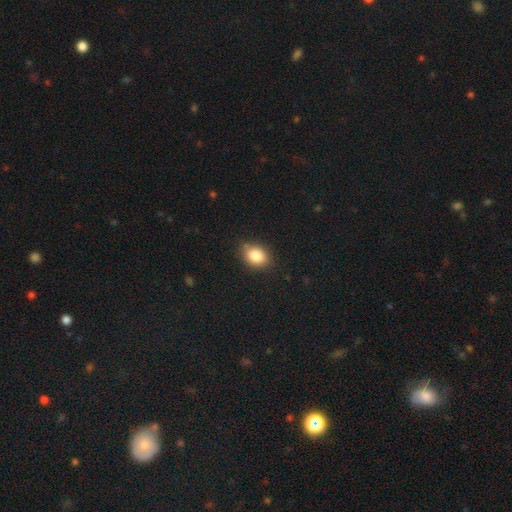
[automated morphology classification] smooth-or-featured: smooth: 84% | star or artifact: 9% | featured or disk: 7%
  how-rounded: in between: 65% | round: 34% | cigar-shaped: 1%
  merging: none: 78% | minor disturbance: 17% | major disturbance: 3% | merger: 2%